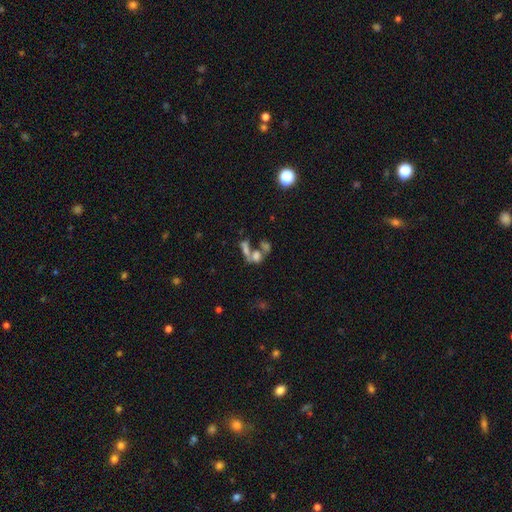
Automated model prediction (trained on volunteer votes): This is possibly a smooth galaxy (55%). How rounded: likely in between (68%). Merging: possibly merger (56%).